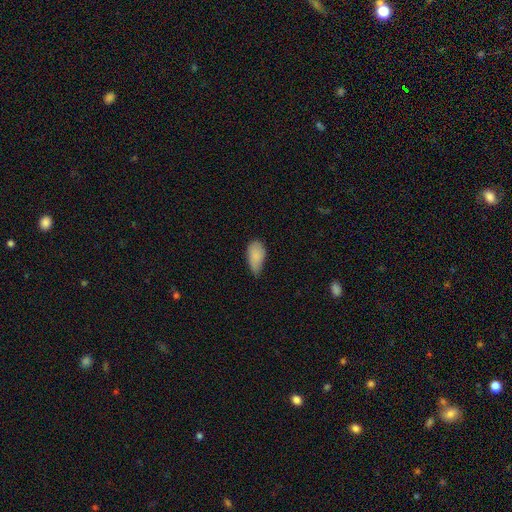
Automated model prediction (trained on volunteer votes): The model was most divided on "merging": minor disturbance: 50%, none: 39%, major disturbance: 9%, merger: 2%. More confident: how rounded — in between (93%); smooth or featured — smooth (85%).